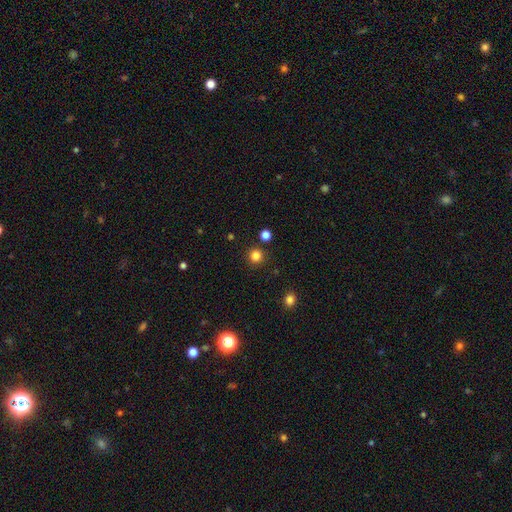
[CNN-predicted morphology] A smooth galaxy with no disk features (82%) that is round (94%).

Vote fractions:
- Smooth or featured? smooth: 82% / star or artifact: 14% / featured or disk: 4%
- How rounded? round: 94% / in between: 5% / cigar-shaped: 1%
- Merging? none: 90% / minor disturbance: 5% / merger: 3% / major disturbance: 2%